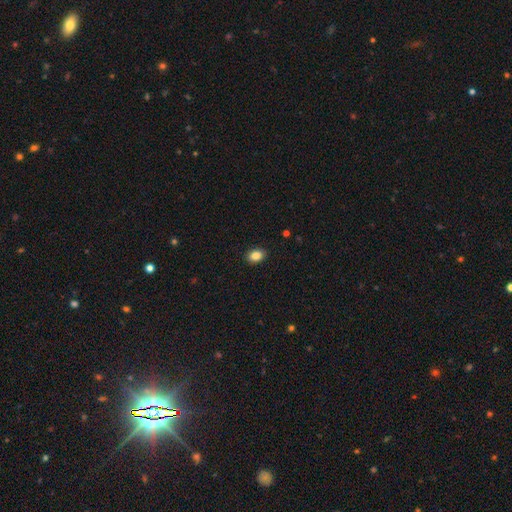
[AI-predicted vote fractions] This appears to be a smooth galaxy with no disk features (87%) that is in between round and cigar-shaped (73%). Merging: none (90%).